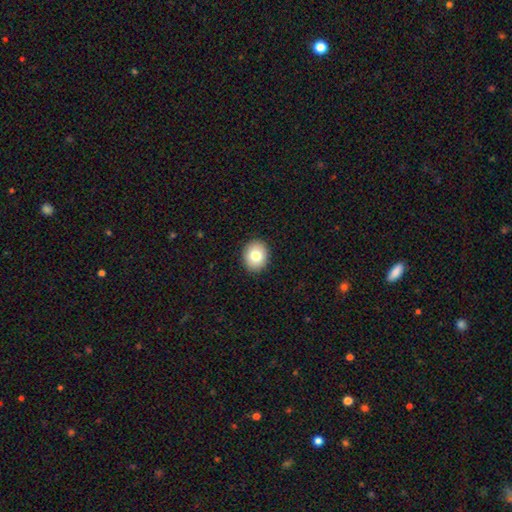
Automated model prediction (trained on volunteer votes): smooth-or-featured: smooth: 79% | featured or disk: 12% | star or artifact: 9%
  how-rounded: round: 64% | in between: 35% | cigar-shaped: 1%
  merging: none: 91% | minor disturbance: 6% | major disturbance: 2% | merger: 1%